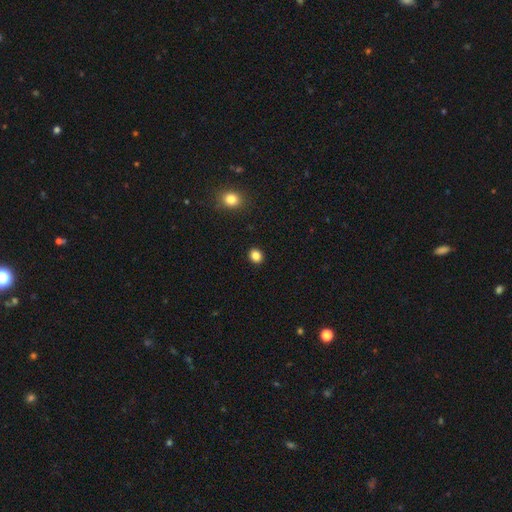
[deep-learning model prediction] Smooth or featured? Predicted: smooth (p=0.85). How rounded? Predicted: round (p=0.73). Merging? Predicted: none (p=0.92).